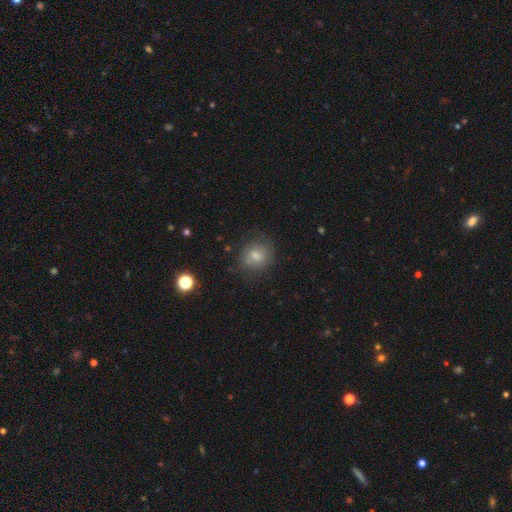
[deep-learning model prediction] Q: Smooth or featured?
A: smooth (78%); runner-up: featured or disk (11%)
Q: How rounded?
A: round (73%); runner-up: in between (26%)
Q: Merging?
A: none (76%); runner-up: minor disturbance (15%)